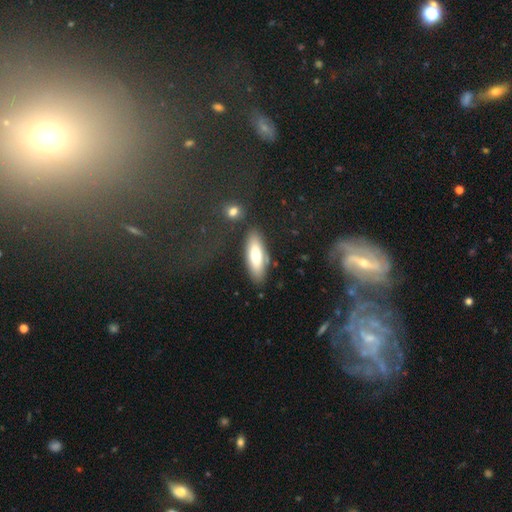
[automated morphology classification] smooth 66%, featured or disk 27%, star or artifact 7%. Down the decision tree: how rounded — in between (61%); merging — none (81%).